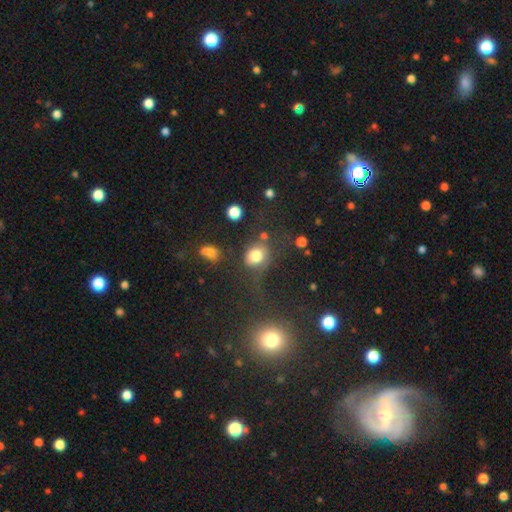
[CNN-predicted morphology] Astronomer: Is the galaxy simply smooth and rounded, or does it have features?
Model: smooth — 76%.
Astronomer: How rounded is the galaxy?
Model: round — 54% (runner-up: in between, 44%).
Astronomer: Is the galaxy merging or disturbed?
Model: none — 54%.